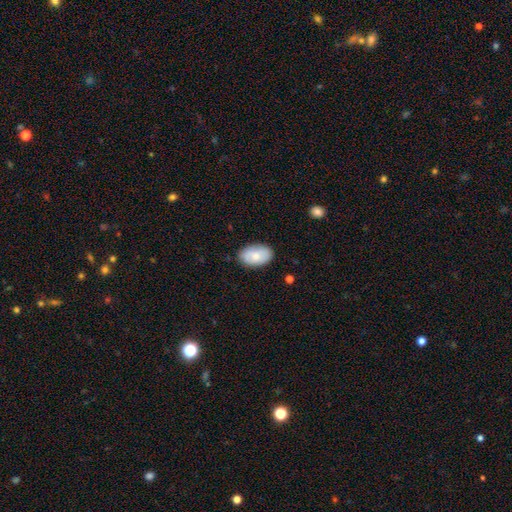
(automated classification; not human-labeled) A smooth galaxy with no disk features (75%) that is in between round and cigar-shaped (92%).

Vote fractions:
- Smooth or featured? smooth: 75% / featured or disk: 19% / star or artifact: 6%
- How rounded? in between: 92% / round: 7% / cigar-shaped: 1%
- Merging? none: 82% / minor disturbance: 14% / major disturbance: 3% / merger: 1%